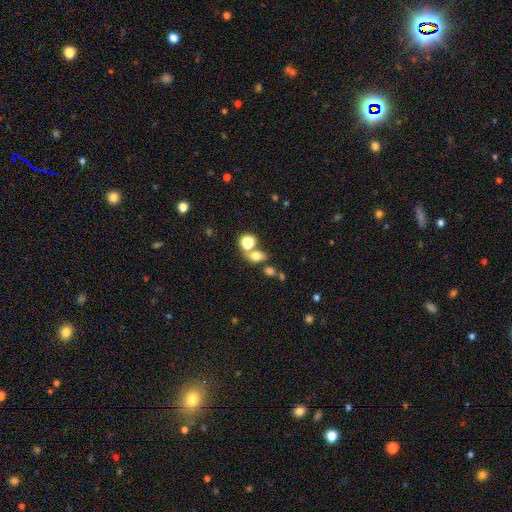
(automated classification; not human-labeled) Smooth or featured?
  - smooth: 71% *
  - star or artifact: 17%
  - featured or disk: 13%
How rounded?
  - in between: 63% *
  - round: 34%
  - cigar-shaped: 3%
Merging?
  - none: 51% *
  - merger: 32%
  - minor disturbance: 11%
  - major disturbance: 6%